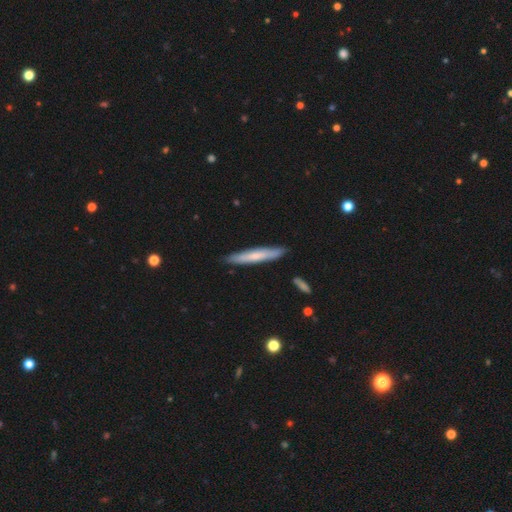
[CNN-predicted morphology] The model was most divided on "smooth or featured": smooth: 59%, featured or disk: 36%, star or artifact: 5%. More confident: how rounded — cigar-shaped (95%); merging — none (87%).